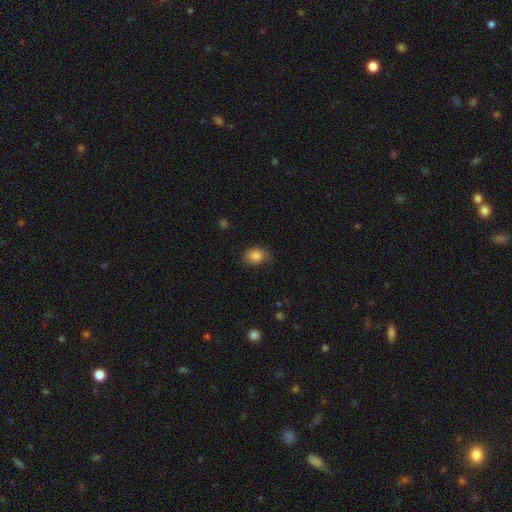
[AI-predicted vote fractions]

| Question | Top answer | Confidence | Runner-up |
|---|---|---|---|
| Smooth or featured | smooth | 85% | star or artifact (9%) |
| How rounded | in between | 60% | round (39%) |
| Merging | none | 66% | minor disturbance (26%) |